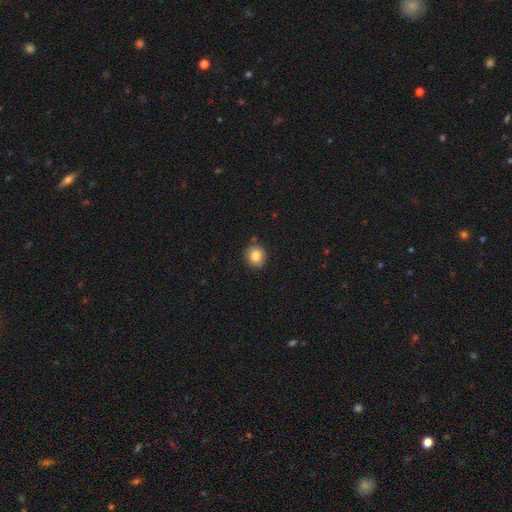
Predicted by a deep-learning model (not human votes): smooth-or-featured: smooth: 82% | star or artifact: 10% | featured or disk: 8%
  how-rounded: round: 88% | in between: 11% | cigar-shaped: 1%
  merging: none: 88% | minor disturbance: 8% | merger: 2% | major disturbance: 2%